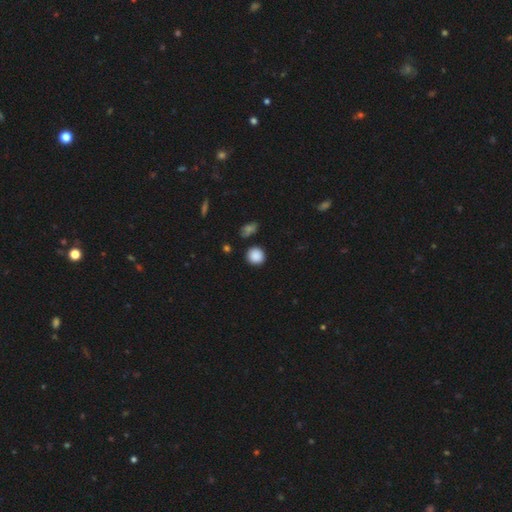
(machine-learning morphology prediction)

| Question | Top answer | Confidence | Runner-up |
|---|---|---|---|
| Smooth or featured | smooth | 87% | star or artifact (9%) |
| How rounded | round | 90% | in between (9%) |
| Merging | none | 86% | minor disturbance (9%) |